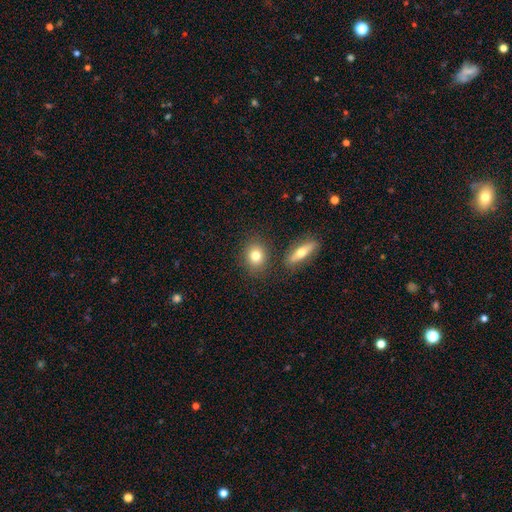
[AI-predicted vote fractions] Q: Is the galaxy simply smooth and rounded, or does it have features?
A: smooth — 79%.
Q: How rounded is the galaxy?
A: round — 61%.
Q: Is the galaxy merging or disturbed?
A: none — 80%.